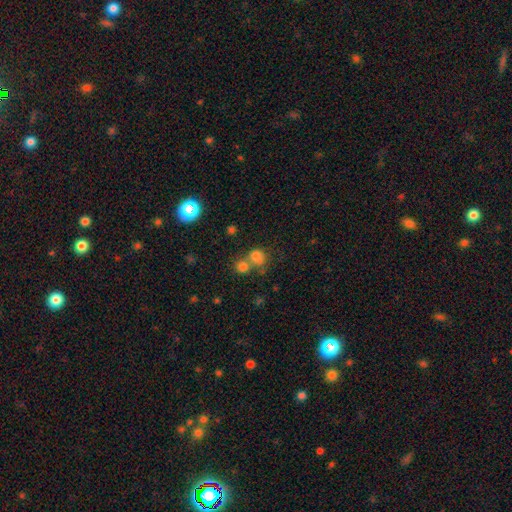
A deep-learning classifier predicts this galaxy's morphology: Overall: smooth (74%). How rounded: round (77%). Merging: merger (46%; none 41%).